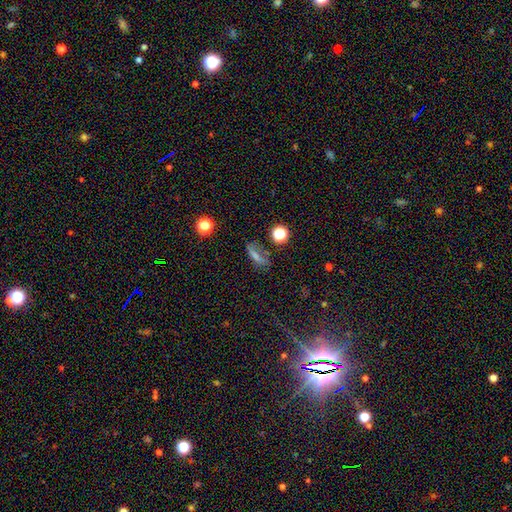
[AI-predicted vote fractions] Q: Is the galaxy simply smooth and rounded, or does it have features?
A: smooth — 50%.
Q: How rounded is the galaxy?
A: in between — 48%.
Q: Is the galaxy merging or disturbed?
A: none — 64%.